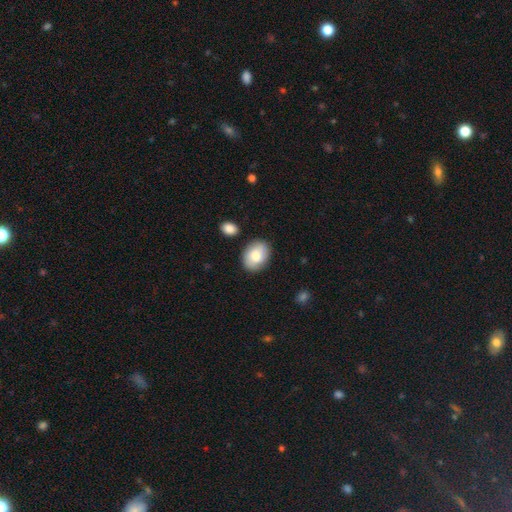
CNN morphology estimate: smooth-or-featured: smooth: 78% | featured or disk: 16% | star or artifact: 7%
  how-rounded: in between: 70% | round: 29% | cigar-shaped: 1%
  merging: none: 82% | minor disturbance: 12% | merger: 4% | major disturbance: 3%